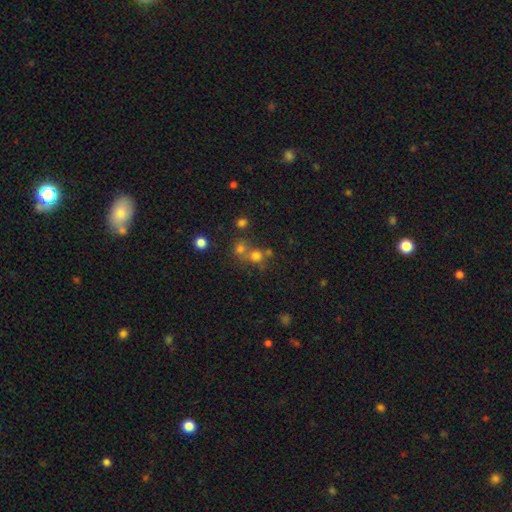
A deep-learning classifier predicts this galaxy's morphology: Smooth or featured? smooth (67%)
How rounded? round (85%)
Merging? none (47%)